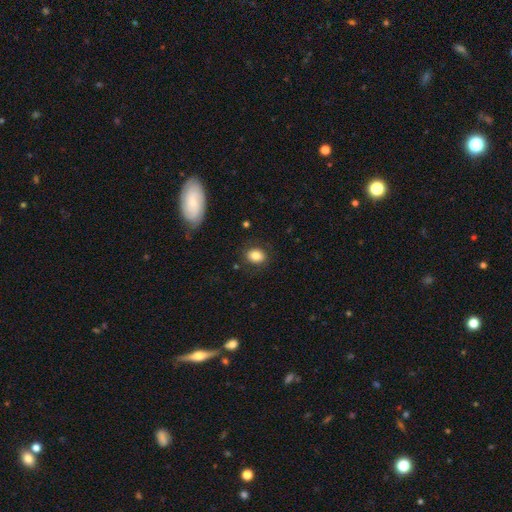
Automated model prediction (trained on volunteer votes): smooth_or_featured: smooth (p=0.81) [alt: star or artifact p=0.09]
how_rounded: in between (p=0.58) [alt: round p=0.41]
merging: none (p=0.84) [alt: minor disturbance p=0.11]